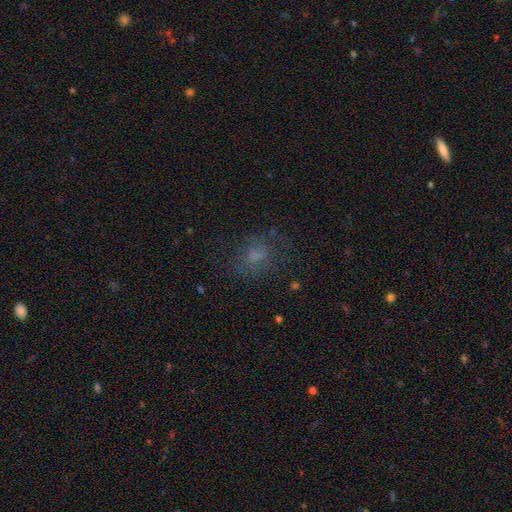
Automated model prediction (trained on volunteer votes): Smooth or featured: smooth — 50% (featured or disk — 30%)
How rounded: in between — 58% (round — 39%)
Merging: none — 61% (minor disturbance — 18%)